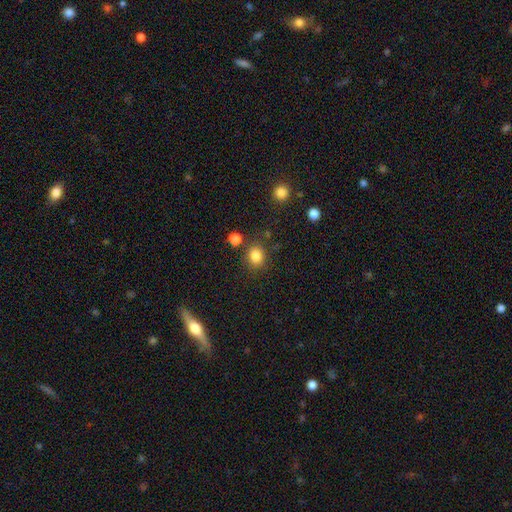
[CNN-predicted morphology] Smooth or featured?
  - smooth: 84% *
  - star or artifact: 11%
  - featured or disk: 5%
How rounded?
  - round: 68% *
  - in between: 31%
  - cigar-shaped: 1%
Merging?
  - none: 79% *
  - minor disturbance: 11%
  - merger: 6%
  - major disturbance: 4%